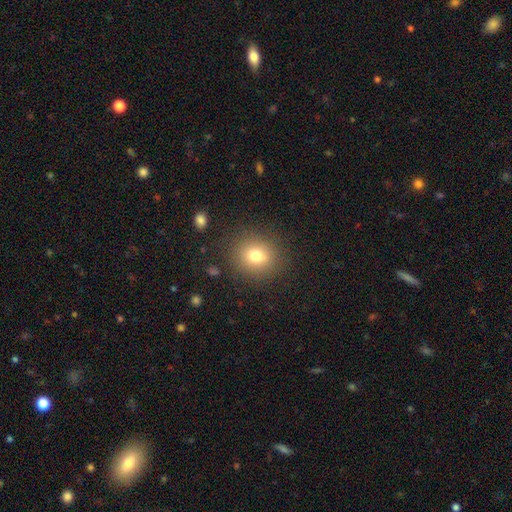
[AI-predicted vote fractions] Overall: smooth (76%). How rounded: round (82%). Merging: none (86%).